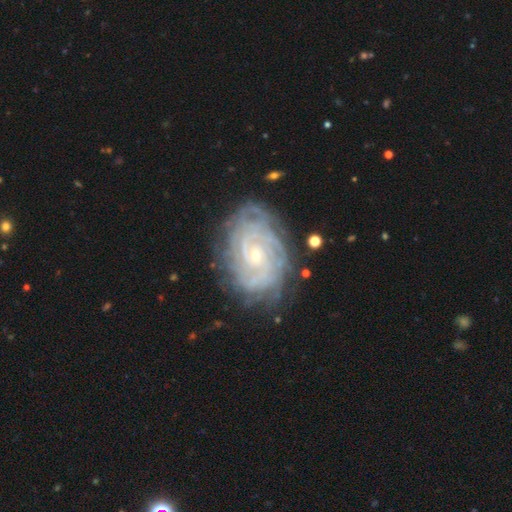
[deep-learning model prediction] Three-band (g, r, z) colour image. It shows a featured or disk galaxy (86%) with no bar (72%), tight (79%) spiral arms (95%) and a small central bulge (79%). Merging: none (75%).